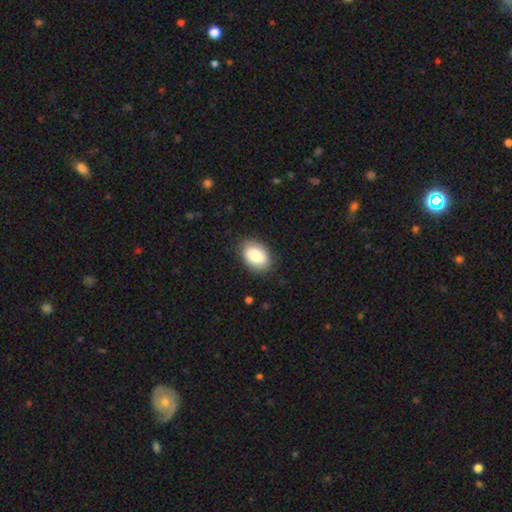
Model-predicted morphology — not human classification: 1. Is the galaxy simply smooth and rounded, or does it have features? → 83% smooth, 10% featured or disk, 7% star or artifact.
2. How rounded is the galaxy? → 83% in between, 16% round, 1% cigar-shaped.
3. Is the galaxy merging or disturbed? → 83% none, 13% minor disturbance, 3% major disturbance, 1% merger.